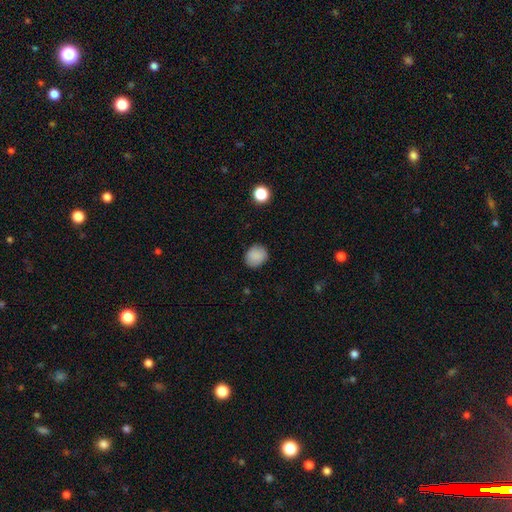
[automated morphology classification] Smooth or featured?
  - smooth: 87% *
  - star or artifact: 8%
  - featured or disk: 5%
How rounded?
  - round: 77% *
  - in between: 22%
  - cigar-shaped: 1%
Merging?
  - none: 85% *
  - minor disturbance: 11%
  - major disturbance: 3%
  - merger: 1%